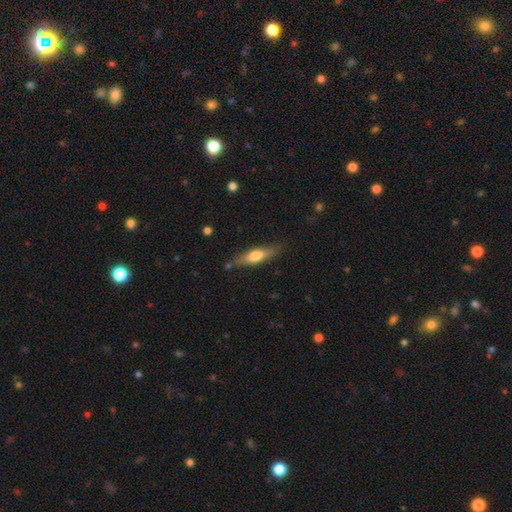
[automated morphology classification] Smooth or featured? smooth (57%)
How rounded? cigar-shaped (66%)
Merging? none (80%)